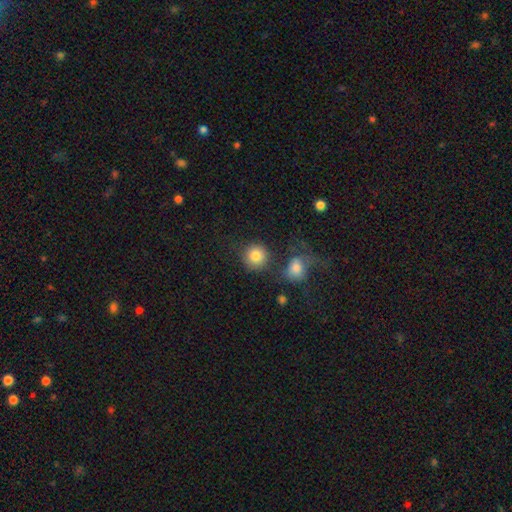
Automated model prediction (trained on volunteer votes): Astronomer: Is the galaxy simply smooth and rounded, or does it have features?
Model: smooth — 84%.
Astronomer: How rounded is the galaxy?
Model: round — 91%.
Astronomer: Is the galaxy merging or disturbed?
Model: none — 67%.